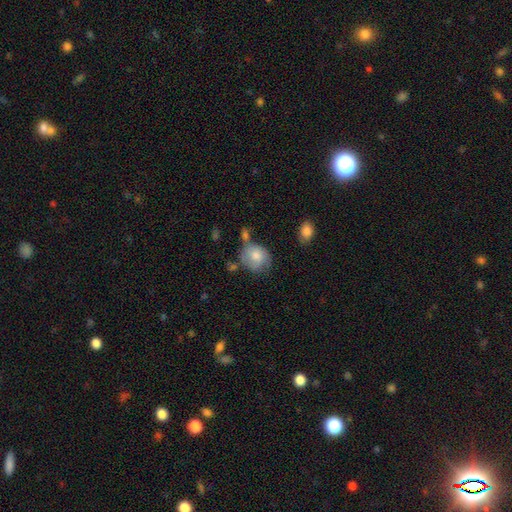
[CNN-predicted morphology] Smooth or featured? Predicted: smooth (p=0.70). How rounded? Predicted: round (p=0.69). Merging? Predicted: none (p=0.47).